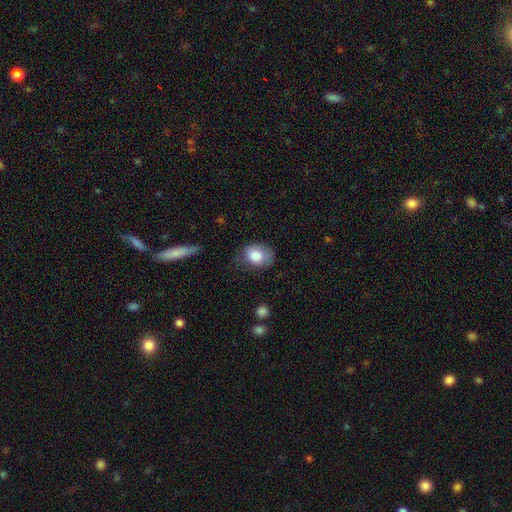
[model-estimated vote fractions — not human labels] This is clearly a smooth galaxy (82%). How rounded: likely in between (64%). Merging: possibly none (59%).